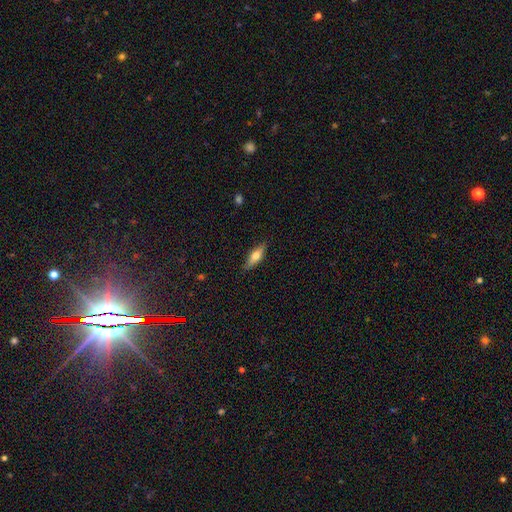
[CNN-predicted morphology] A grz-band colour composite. It shows a smooth galaxy with no disk features (57%) that is cigar-shaped (57%). Merging: none (85%).